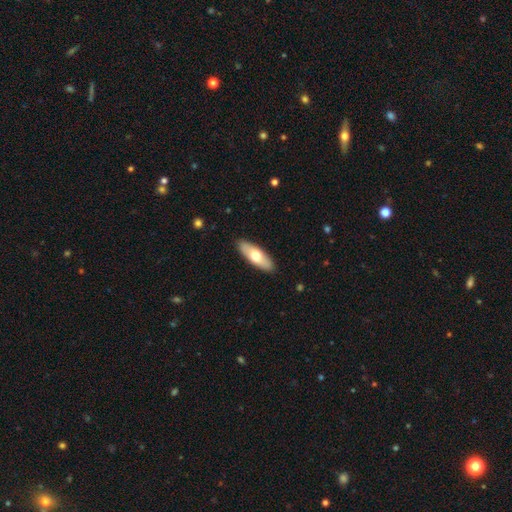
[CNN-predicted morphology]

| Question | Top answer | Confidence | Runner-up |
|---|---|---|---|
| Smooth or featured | smooth | 63% | featured or disk (32%) |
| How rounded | in between | 62% | cigar-shaped (36%) |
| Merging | none | 90% | minor disturbance (8%) |